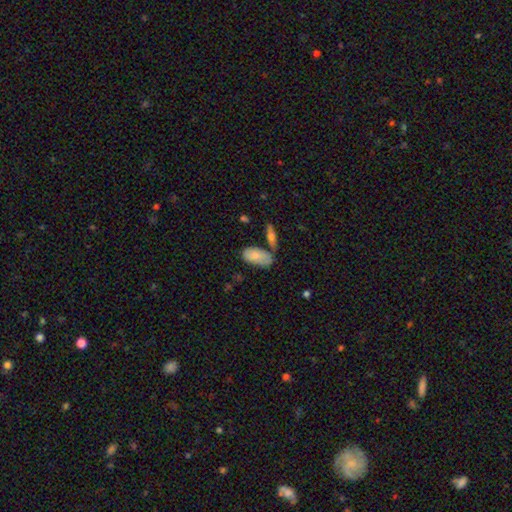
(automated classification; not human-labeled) A smooth galaxy with no disk features (80%) that is in between round and cigar-shaped (92%).

Vote fractions:
- Smooth or featured? smooth: 80% / featured or disk: 14% / star or artifact: 6%
- How rounded? in between: 92% / cigar-shaped: 6% / round: 3%
- Merging? none: 53% / minor disturbance: 24% / merger: 16% / major disturbance: 7%